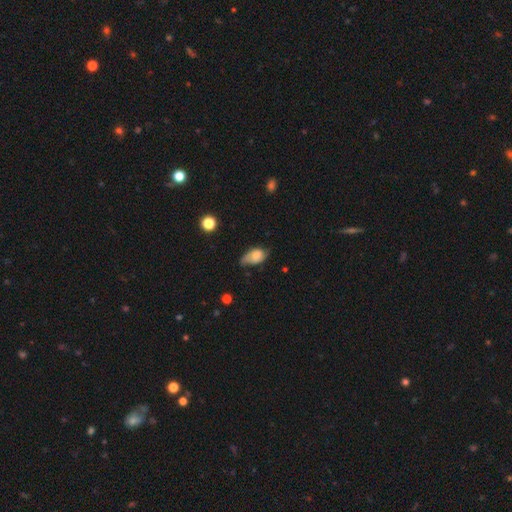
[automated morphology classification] Overall: smooth (68%). How rounded: in between (88%). Merging: minor disturbance (46%; none 34%).